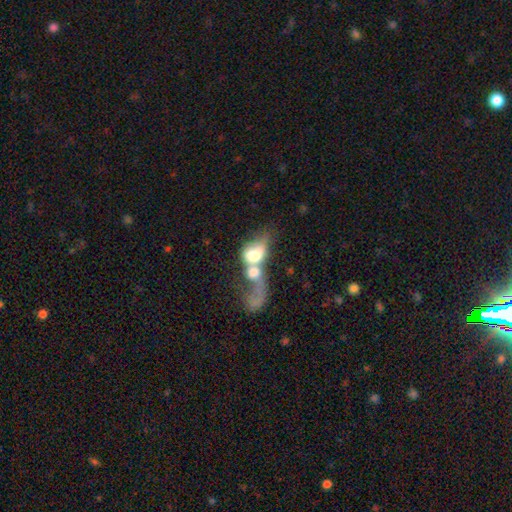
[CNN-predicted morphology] Q: Smooth or featured?
A: smooth (53%); runner-up: featured or disk (38%)
Q: How rounded?
A: in between (66%); runner-up: round (29%)
Q: Merging?
A: merger (76%); runner-up: major disturbance (15%)